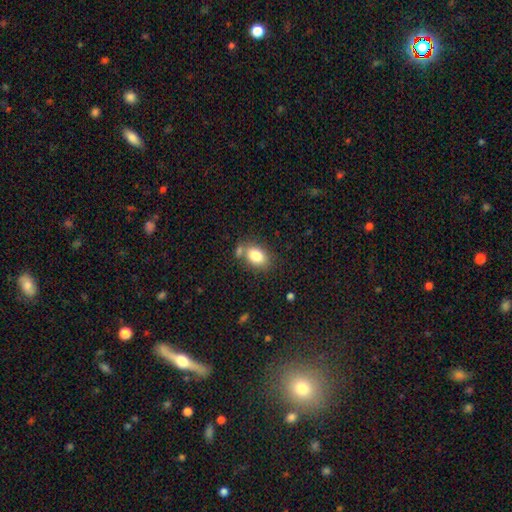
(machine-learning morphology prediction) Smooth or featured? Predicted: smooth (p=0.83). How rounded? Predicted: in between (p=0.81). Merging? Predicted: none (p=0.63).